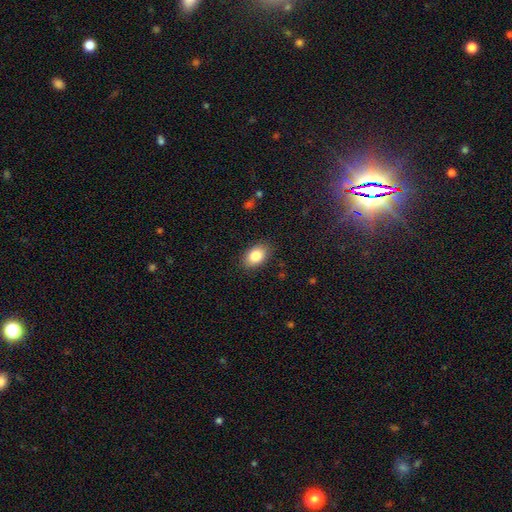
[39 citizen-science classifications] Smooth or featured?
  - smooth: 85% *
  - featured or disk: 10%
  - star or artifact: 5%
How rounded?
  - in between: 88% *
  - round: 12%
  - cigar-shaped: 0%
Merging?
  - none: 84% *
  - minor disturbance: 16%
  - major disturbance: 0%
  - merger: 0%